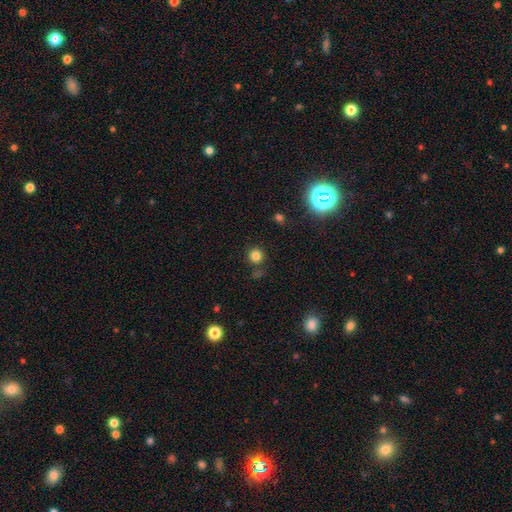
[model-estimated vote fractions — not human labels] A smooth galaxy with no disk features (80%) that is round (93%).

Vote fractions:
- Smooth or featured? smooth: 80% / star or artifact: 15% / featured or disk: 5%
- How rounded? round: 93% / in between: 6% / cigar-shaped: 1%
- Merging? none: 83% / minor disturbance: 8% / merger: 6% / major disturbance: 3%